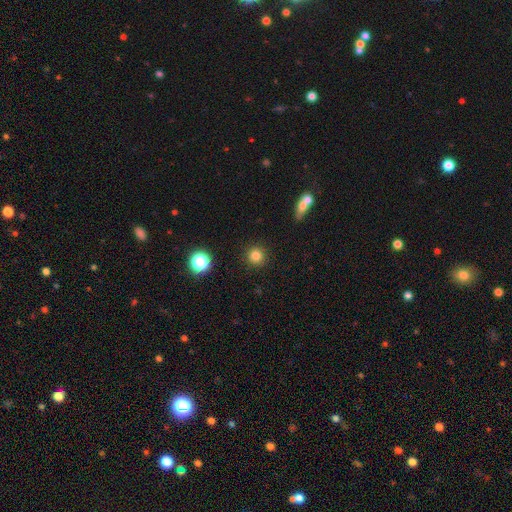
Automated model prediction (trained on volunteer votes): A smooth galaxy with no disk features (82%) that is round (94%).

Vote fractions:
- Smooth or featured? smooth: 82% / star or artifact: 13% / featured or disk: 5%
- How rounded? round: 94% / in between: 5% / cigar-shaped: 1%
- Merging? none: 91% / minor disturbance: 5% / major disturbance: 2% / merger: 2%